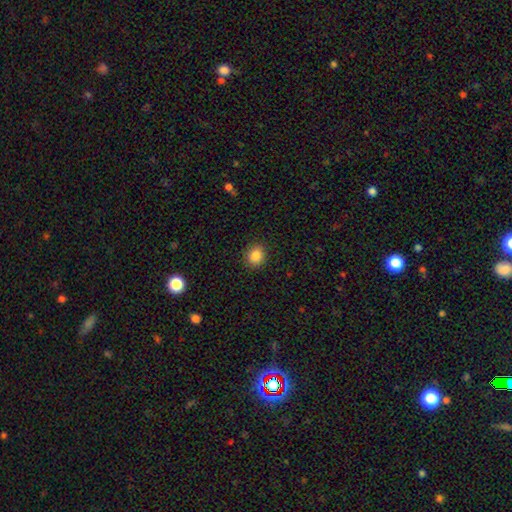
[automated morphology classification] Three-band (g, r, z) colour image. It shows a smooth galaxy with no disk features (85%) that is round (70%). Merging: none (90%).